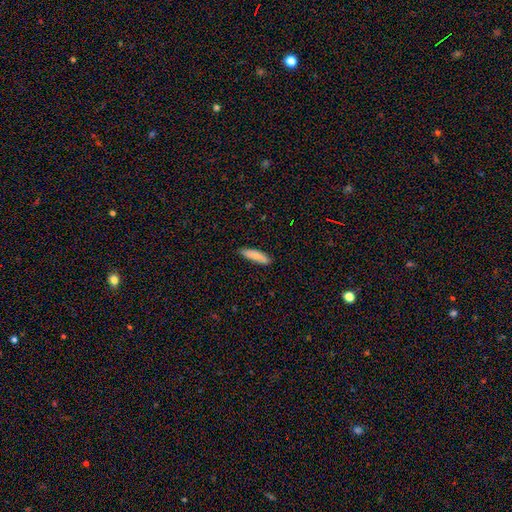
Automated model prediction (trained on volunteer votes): This is likely a smooth galaxy (77%). How rounded: likely cigar-shaped (64%). Merging: clearly none (82%).